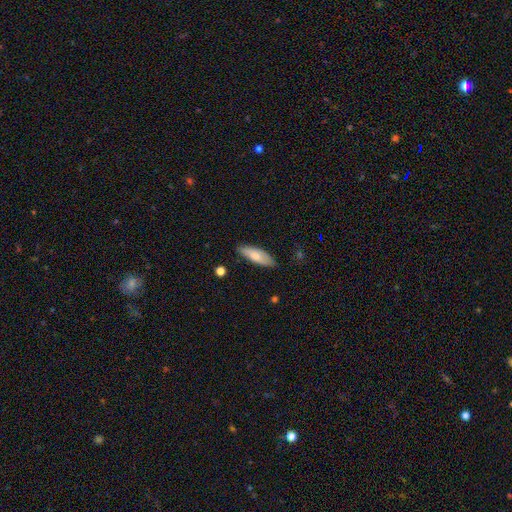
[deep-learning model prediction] The model was most divided on "how rounded": in between: 59%, cigar-shaped: 39%, round: 2%. More confident: merging — none (81%); smooth or featured — smooth (73%).